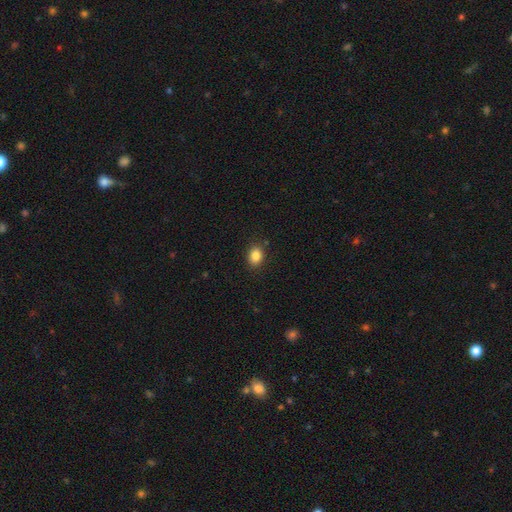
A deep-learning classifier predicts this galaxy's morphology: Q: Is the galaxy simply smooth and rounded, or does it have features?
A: smooth — 85%.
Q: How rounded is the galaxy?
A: in between — 57%.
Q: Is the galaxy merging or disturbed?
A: none — 87%.